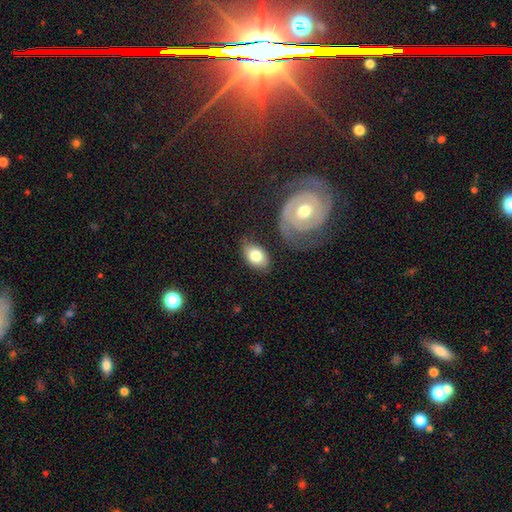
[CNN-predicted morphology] Q: Smooth or featured?
A: smooth (76%); runner-up: featured or disk (18%)
Q: How rounded?
A: in between (87%); runner-up: round (12%)
Q: Merging?
A: none (70%); runner-up: minor disturbance (17%)